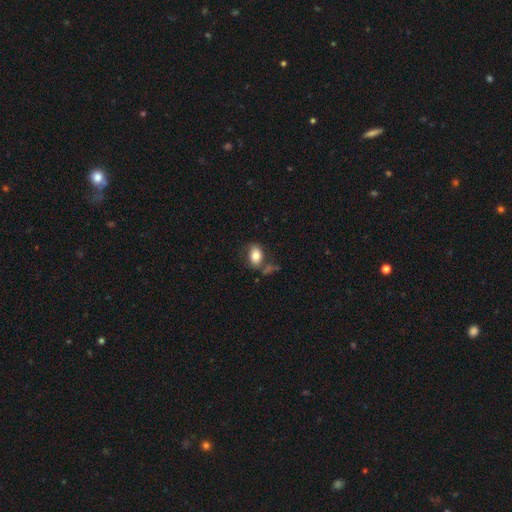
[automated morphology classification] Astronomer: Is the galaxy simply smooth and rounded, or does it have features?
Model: smooth — 80%.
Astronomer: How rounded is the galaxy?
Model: in between — 80%.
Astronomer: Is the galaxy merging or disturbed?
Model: none — 61%.